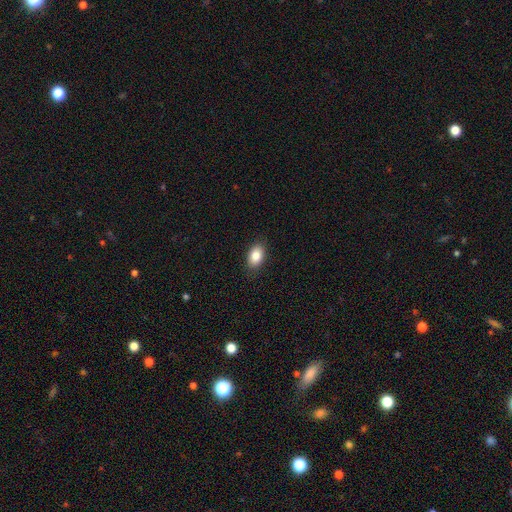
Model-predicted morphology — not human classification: Overall: smooth (84%). How rounded: in between (88%). Merging: none (88%).